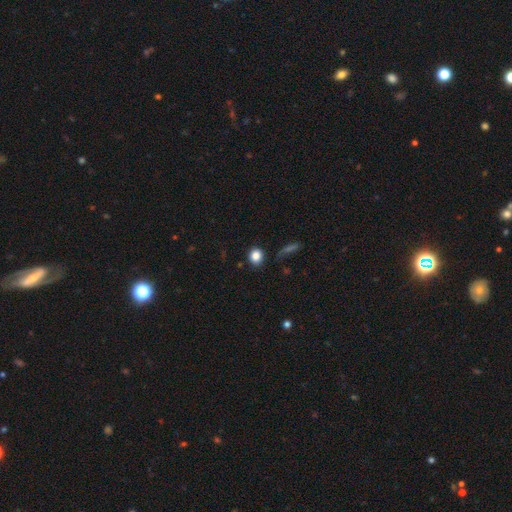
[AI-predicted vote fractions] smooth-or-featured: smooth: 85% | star or artifact: 10% | featured or disk: 5%
  how-rounded: round: 78% | in between: 20% | cigar-shaped: 1%
  merging: none: 86% | minor disturbance: 9% | major disturbance: 3% | merger: 2%